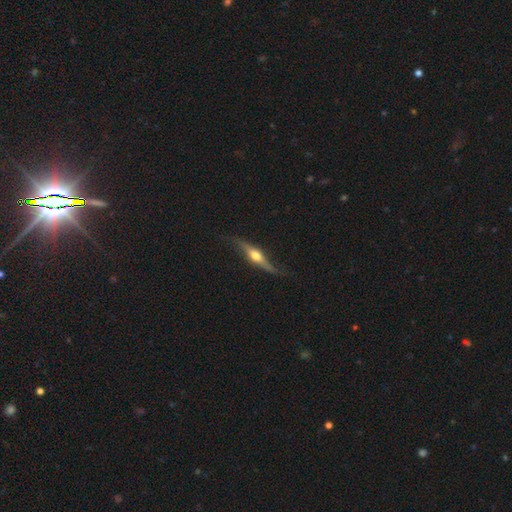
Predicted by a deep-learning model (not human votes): featured or disk 71%, smooth 24%, star or artifact 5%. Down the decision tree: edge-on disk — yes (89%); edge-on bulge — rounded (93%); merging — none (71%).